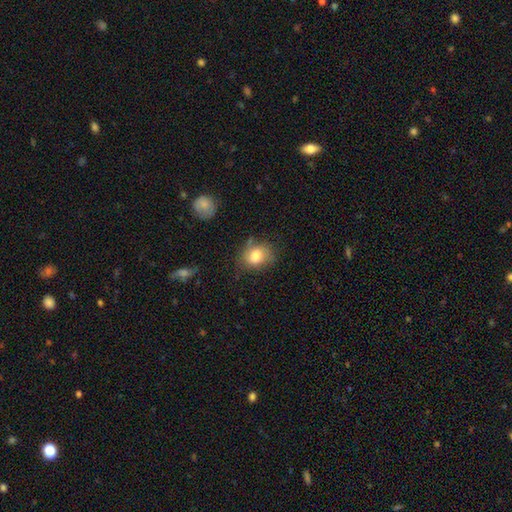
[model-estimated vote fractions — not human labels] This appears to be a smooth galaxy with no disk features (79%) that is in between round and cigar-shaped (53%). Merging: none (65%).